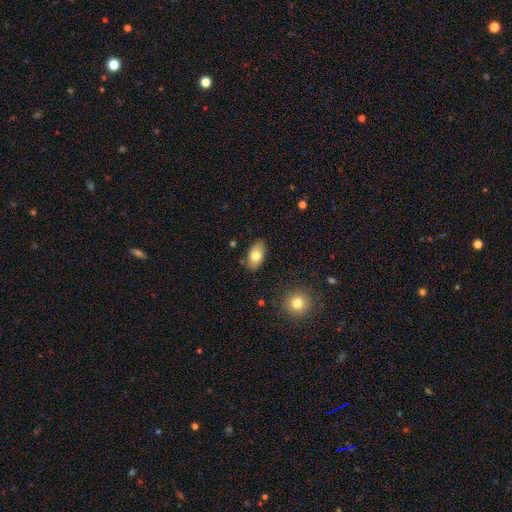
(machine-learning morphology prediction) Smooth or featured: smooth — 75% (featured or disk — 17%)
How rounded: in between — 92% (round — 5%)
Merging: none — 83% (minor disturbance — 12%)